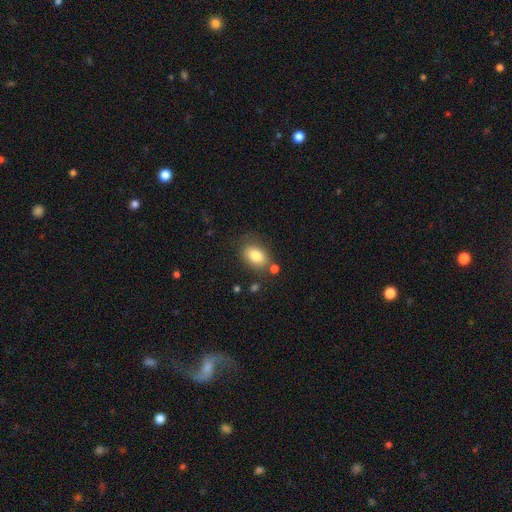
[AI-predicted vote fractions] smooth_or_featured: smooth (p=0.83) [alt: featured or disk p=0.09]
how_rounded: in between (p=0.82) [alt: round p=0.17]
merging: none (p=0.73) [alt: minor disturbance p=0.15]